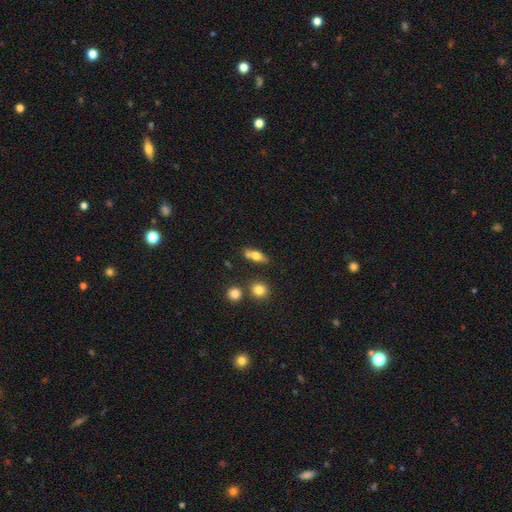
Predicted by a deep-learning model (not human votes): A smooth galaxy with no disk features (64%) that is in between round and cigar-shaped (65%).

Vote fractions:
- Smooth or featured? smooth: 64% / featured or disk: 27% / star or artifact: 9%
- How rounded? in between: 65% / cigar-shaped: 24% / round: 11%
- Merging? none: 60% / merger: 21% / minor disturbance: 14% / major disturbance: 5%